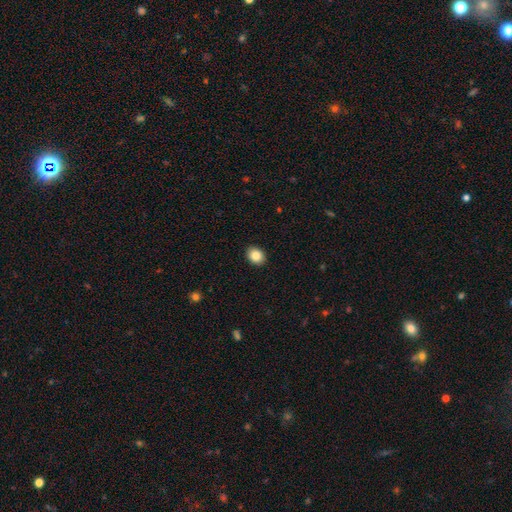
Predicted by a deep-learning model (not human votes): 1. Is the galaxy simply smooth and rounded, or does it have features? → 86% smooth, 9% star or artifact, 5% featured or disk.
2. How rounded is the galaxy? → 50% in between, 49% round, 1% cigar-shaped.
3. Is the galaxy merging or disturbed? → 91% none, 6% minor disturbance, 2% major disturbance, 1% merger.